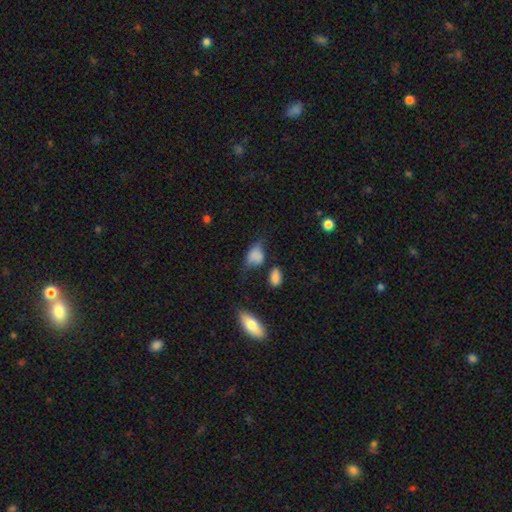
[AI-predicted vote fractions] Morphology: type=smooth (74%); roundness=in between (73%); merging=none (38%).